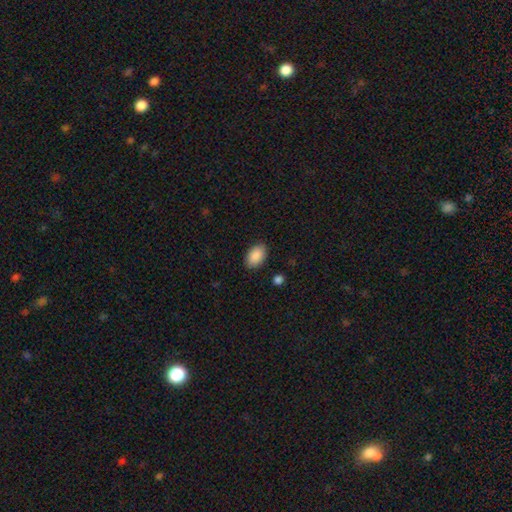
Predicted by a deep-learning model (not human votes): smooth_or_featured: smooth (p=0.90) [alt: star or artifact p=0.06]
how_rounded: in between (p=0.91) [alt: round p=0.08]
merging: none (p=0.87) [alt: minor disturbance p=0.09]